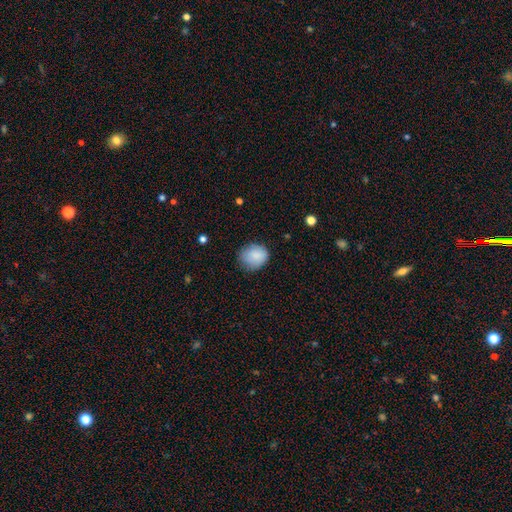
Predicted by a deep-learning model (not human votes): A smooth galaxy with no disk features (87%) that is round (65%).

Vote fractions:
- Smooth or featured? smooth: 87% / star or artifact: 7% / featured or disk: 6%
- How rounded? round: 65% / in between: 34% / cigar-shaped: 1%
- Merging? none: 73% / minor disturbance: 21% / major disturbance: 5% / merger: 1%